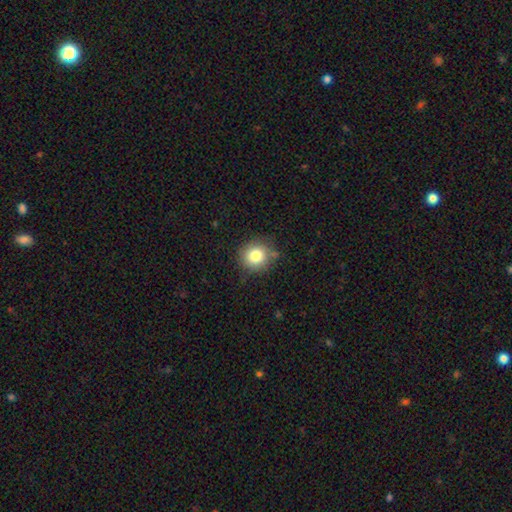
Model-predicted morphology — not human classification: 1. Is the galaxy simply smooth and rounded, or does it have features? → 82% smooth, 10% star or artifact, 8% featured or disk.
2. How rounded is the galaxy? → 87% round, 12% in between, 1% cigar-shaped.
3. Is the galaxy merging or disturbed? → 80% none, 14% minor disturbance, 4% major disturbance, 3% merger.